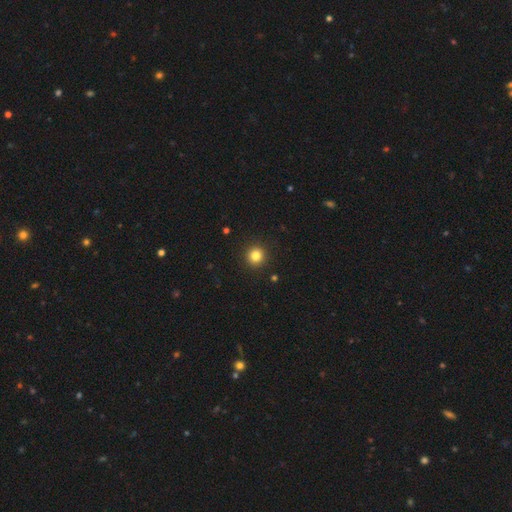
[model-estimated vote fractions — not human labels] The model was most divided on "smooth or featured": smooth: 83%, star or artifact: 12%, featured or disk: 5%. More confident: how rounded — round (95%); merging — none (93%).